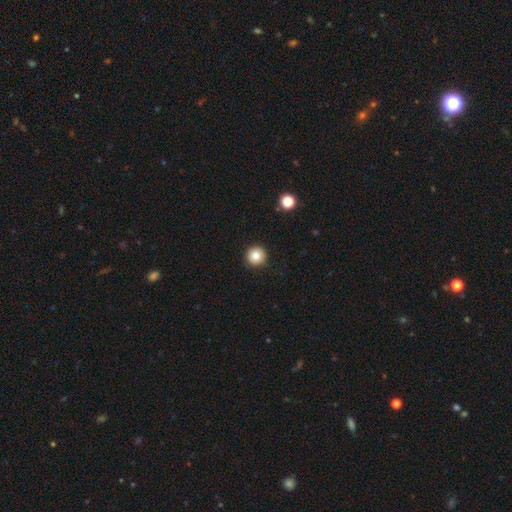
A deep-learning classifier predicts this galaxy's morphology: Smooth or featured? Predicted: smooth (p=0.83). How rounded? Predicted: round (p=0.95). Merging? Predicted: none (p=0.92).